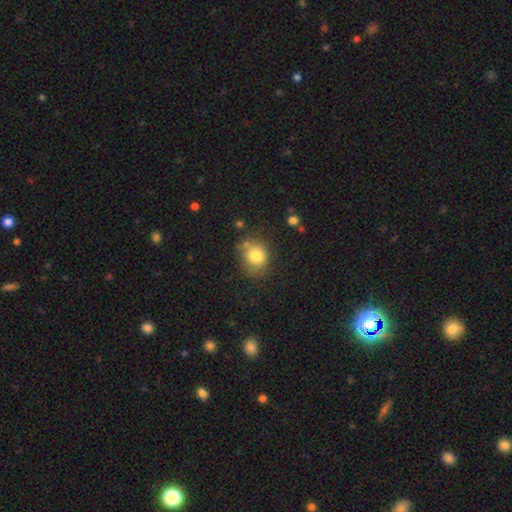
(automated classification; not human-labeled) A smooth galaxy with no disk features (80%) that is round (67%).

Vote fractions:
- Smooth or featured? smooth: 80% / star or artifact: 10% / featured or disk: 9%
- How rounded? round: 67% / in between: 32% / cigar-shaped: 1%
- Merging? none: 68% / minor disturbance: 20% / major disturbance: 6% / merger: 5%